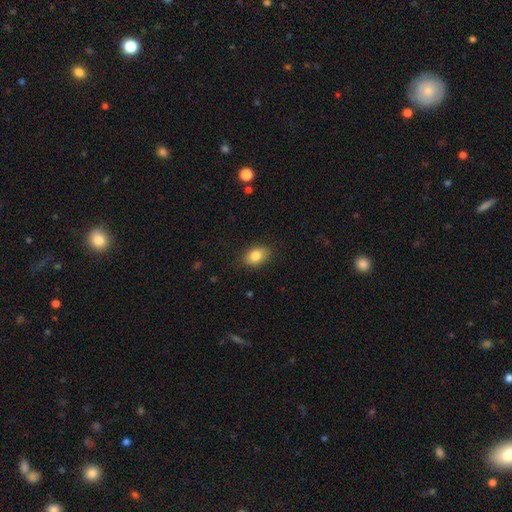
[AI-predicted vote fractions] This appears to be a smooth galaxy with no disk features (83%) that is in between round and cigar-shaped (82%). Merging: none (85%).